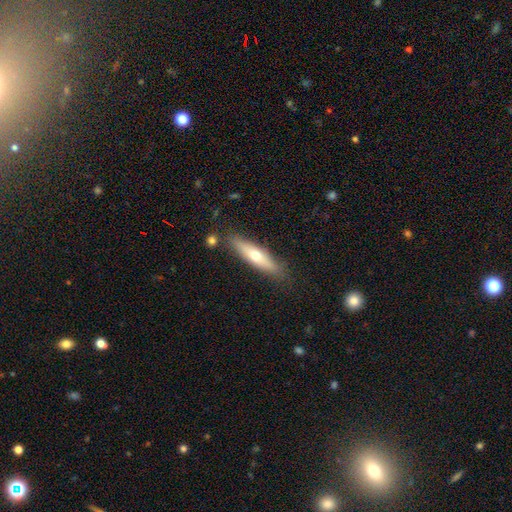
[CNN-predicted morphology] Overall: smooth (53%; featured or disk 41%). How rounded: cigar-shaped (73%). Merging: none (82%).